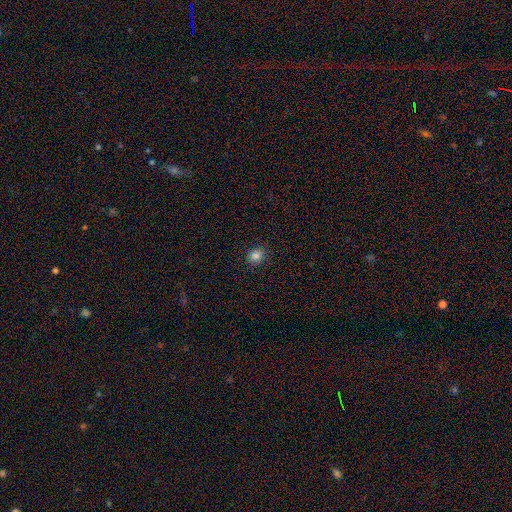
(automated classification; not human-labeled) smooth 84%, star or artifact 12%, featured or disk 4%. Down the decision tree: how rounded — round (73%); merging — none (89%).